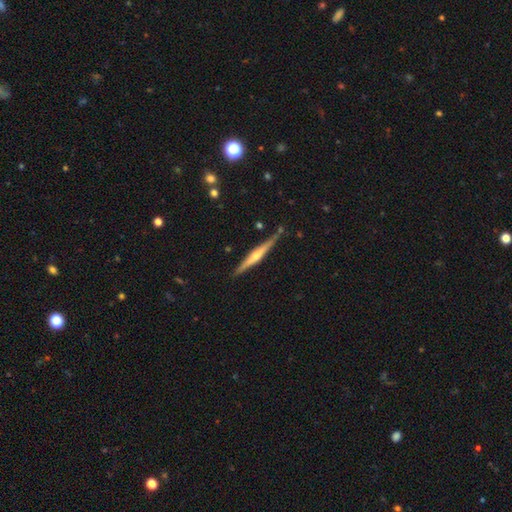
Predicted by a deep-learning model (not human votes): Smooth or featured: featured or disk — 69% (smooth — 26%)
Edge-on disk: yes — 97% (no — 3%)
Edge-on bulge: rounded — 81% (none — 12%)
Merging: none — 84% (minor disturbance — 11%)